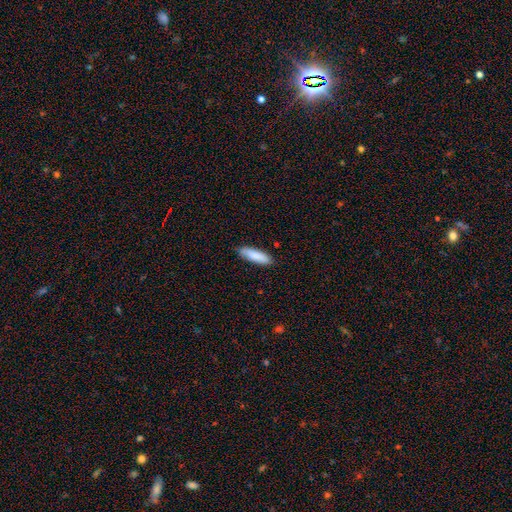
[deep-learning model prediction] smooth_or_featured: smooth (p=0.88) [alt: featured or disk p=0.07]
how_rounded: cigar-shaped (p=0.61) [alt: in between p=0.38]
merging: none (p=0.88) [alt: minor disturbance p=0.10]